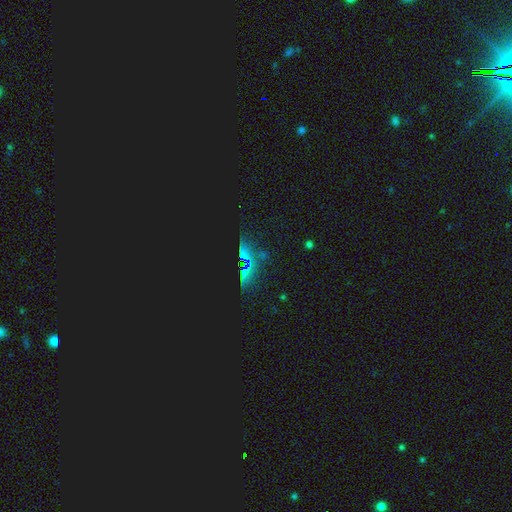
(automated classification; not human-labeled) This is likely a star or artifact rather than a galaxy (69%).